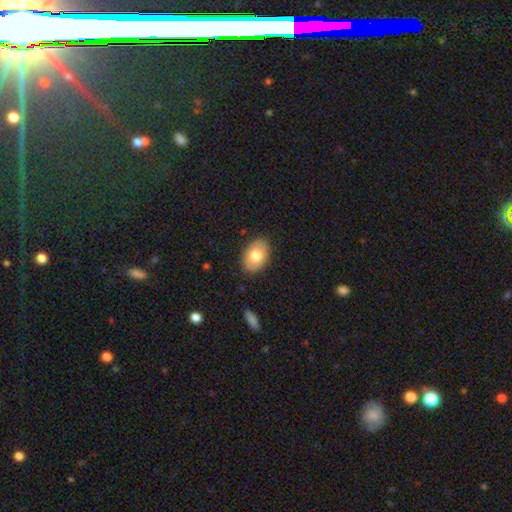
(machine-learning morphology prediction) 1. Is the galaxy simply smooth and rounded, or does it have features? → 75% smooth, 18% featured or disk, 6% star or artifact.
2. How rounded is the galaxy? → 86% in between, 13% round, 1% cigar-shaped.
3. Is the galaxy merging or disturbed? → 86% none, 11% minor disturbance, 2% major disturbance, 1% merger.